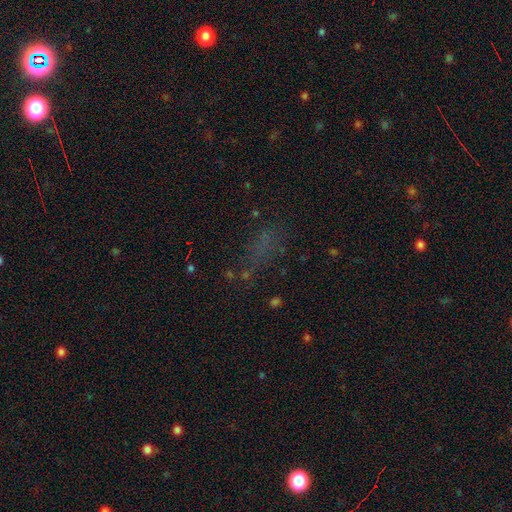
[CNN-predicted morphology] type=star or artifact (46%).